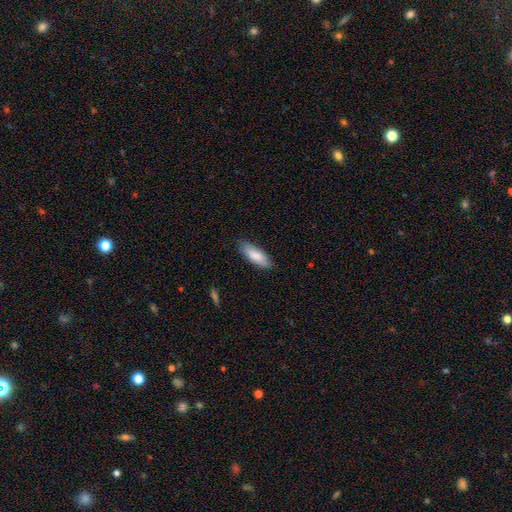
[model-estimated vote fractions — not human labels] Overall: smooth (85%). How rounded: in between (65%; cigar-shaped 34%). Merging: none (83%).